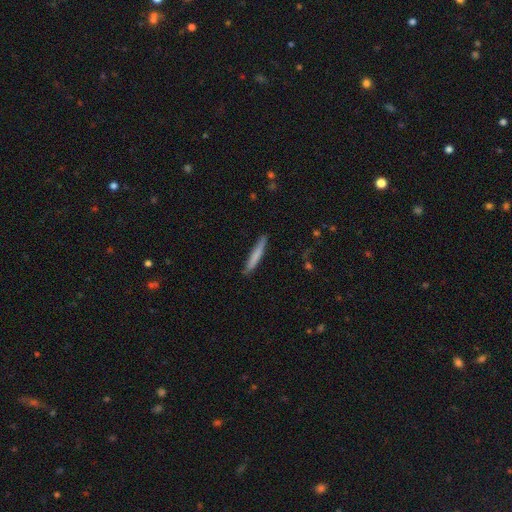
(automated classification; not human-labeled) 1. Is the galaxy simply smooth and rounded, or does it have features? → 73% smooth, 21% featured or disk, 6% star or artifact.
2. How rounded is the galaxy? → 96% cigar-shaped, 3% in between, 1% round.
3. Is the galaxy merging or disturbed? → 88% none, 9% minor disturbance, 2% major disturbance, 1% merger.